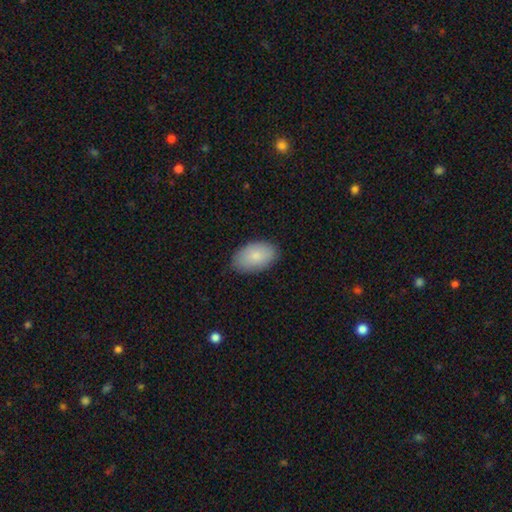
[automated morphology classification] Q: Smooth or featured?
A: smooth (84%); runner-up: featured or disk (10%)
Q: How rounded?
A: in between (93%); runner-up: round (6%)
Q: Merging?
A: none (82%); runner-up: minor disturbance (14%)